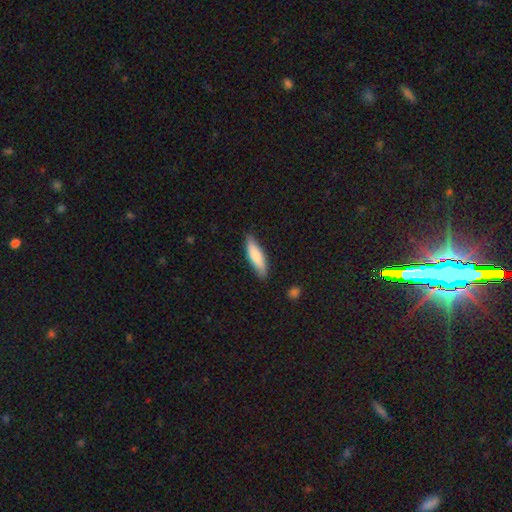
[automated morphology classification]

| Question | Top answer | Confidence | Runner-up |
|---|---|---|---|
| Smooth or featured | smooth | 77% | featured or disk (17%) |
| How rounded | cigar-shaped | 61% | in between (37%) |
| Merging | none | 84% | minor disturbance (13%) |